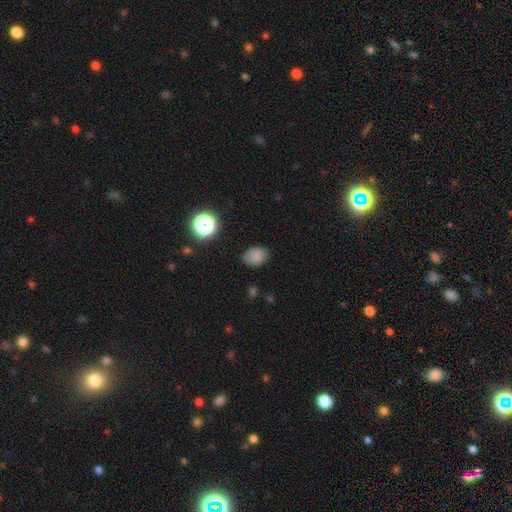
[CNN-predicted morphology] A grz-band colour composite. It shows a smooth galaxy with no disk features (77%) that is in between round and cigar-shaped (70%). Merging: none (68%).